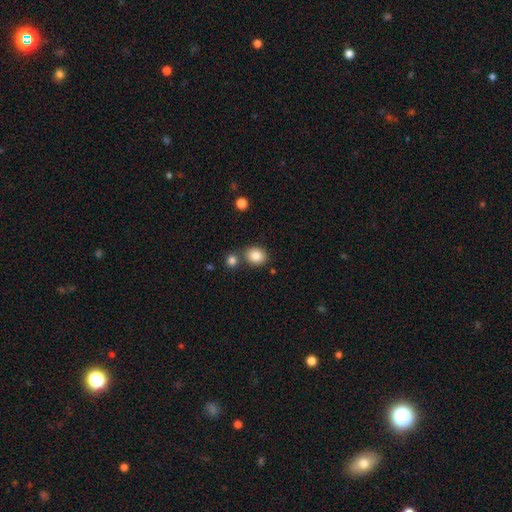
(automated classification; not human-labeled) This appears to be a smooth galaxy with no disk features (85%) that is round (64%). Merging: none (71%).